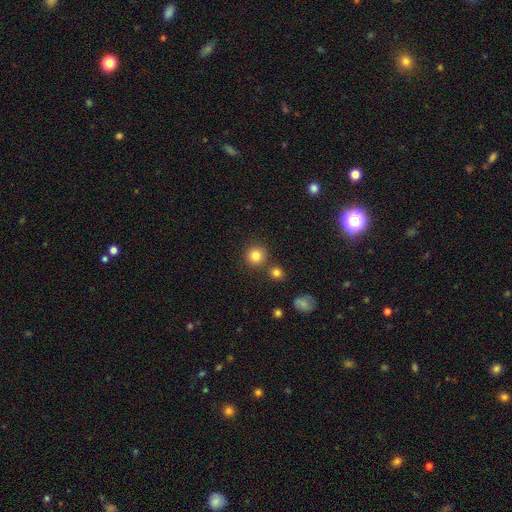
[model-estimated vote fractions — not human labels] A smooth galaxy with no disk features (83%) that is round (92%). Merging: none (81%).